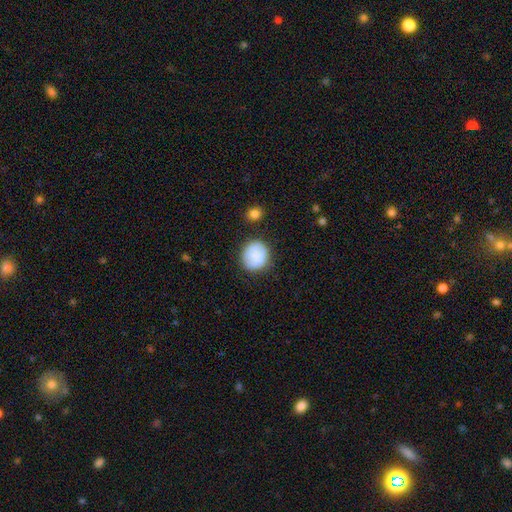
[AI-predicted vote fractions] Q: Smooth or featured?
A: smooth (75%); runner-up: featured or disk (18%)
Q: How rounded?
A: round (86%); runner-up: in between (13%)
Q: Merging?
A: none (82%); runner-up: minor disturbance (12%)